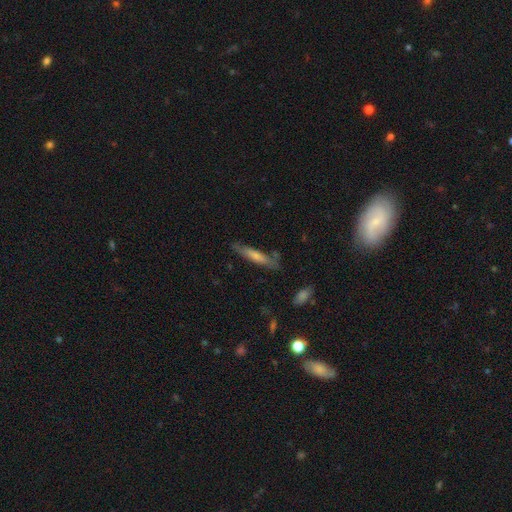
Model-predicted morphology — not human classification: Smooth or featured? Predicted: smooth (p=0.52). How rounded? Predicted: cigar-shaped (p=0.89). Merging? Predicted: none (p=0.77).